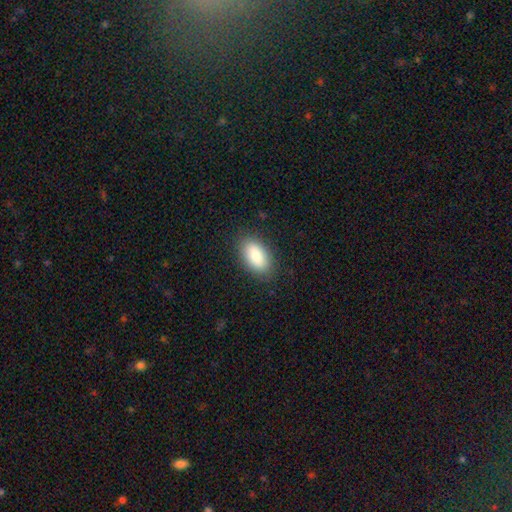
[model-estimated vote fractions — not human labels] This appears to be a smooth galaxy with no disk features (85%) that is in between round and cigar-shaped (93%). Merging: none (86%).